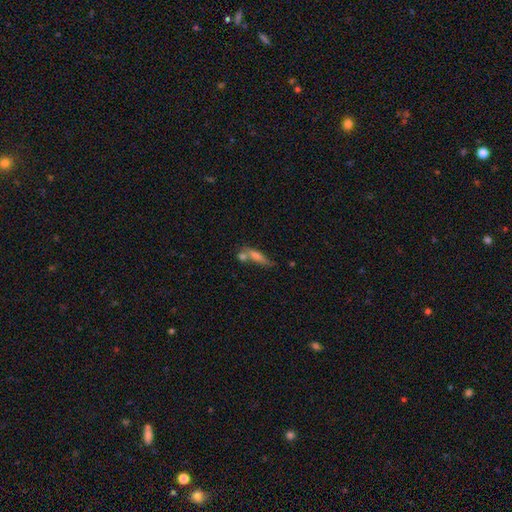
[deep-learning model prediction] Overall: smooth (61%; featured or disk 28%). How rounded: cigar-shaped (61%; in between 34%). Merging: none (43%; merger 33%).